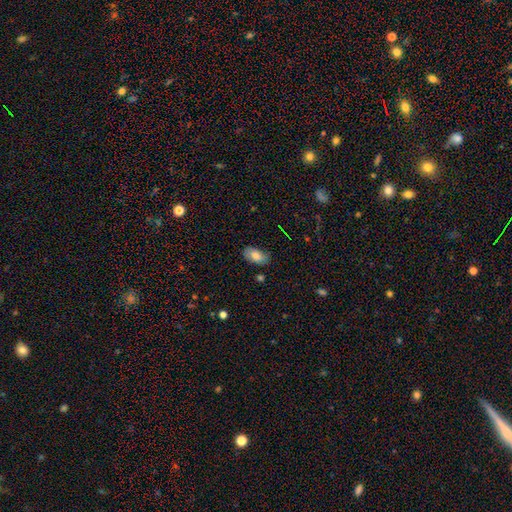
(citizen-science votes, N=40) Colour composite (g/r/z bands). It shows a smooth galaxy with no disk features (80%) that is in between round and cigar-shaped (100%). Merging: none (92%).